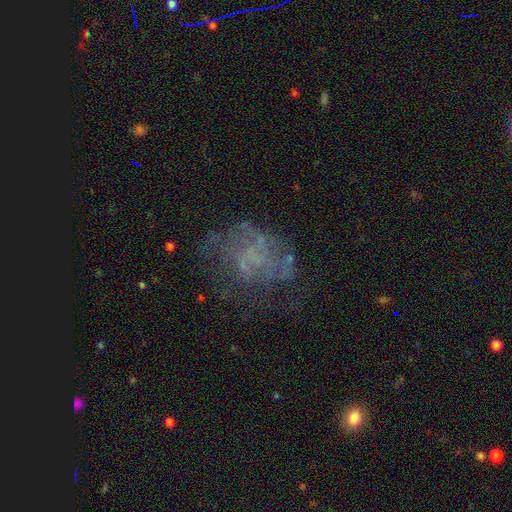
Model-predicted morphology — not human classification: This appears to be a featured or disk galaxy (57%) with no bar (85%), no spiral arms (64%) and no central bulge (77%). Merging: none (52%).